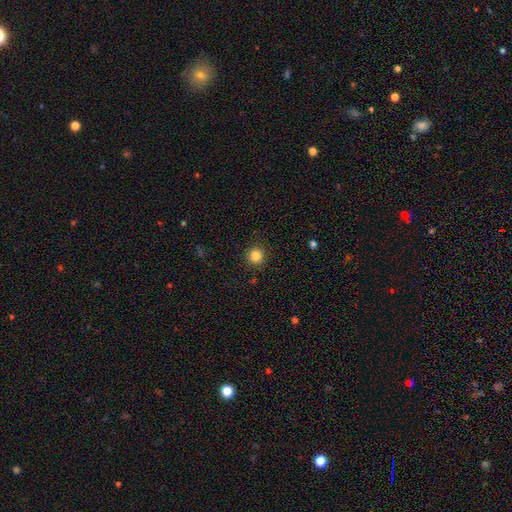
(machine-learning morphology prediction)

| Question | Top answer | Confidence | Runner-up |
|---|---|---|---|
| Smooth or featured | smooth | 84% | star or artifact (12%) |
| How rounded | round | 94% | in between (5%) |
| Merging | none | 91% | minor disturbance (6%) |